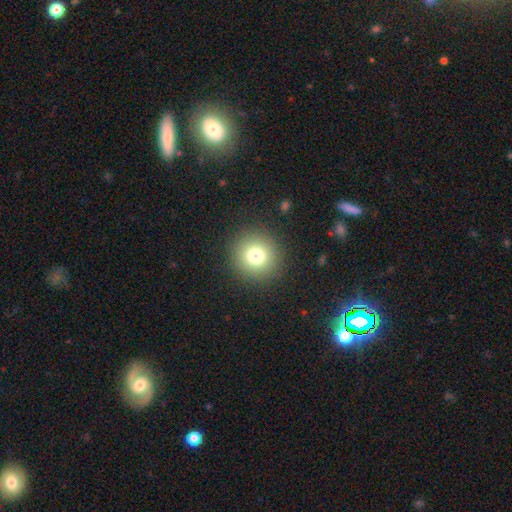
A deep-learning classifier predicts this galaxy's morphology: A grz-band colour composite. It shows a smooth galaxy with no disk features (76%) that is round (95%). Merging: none (90%).